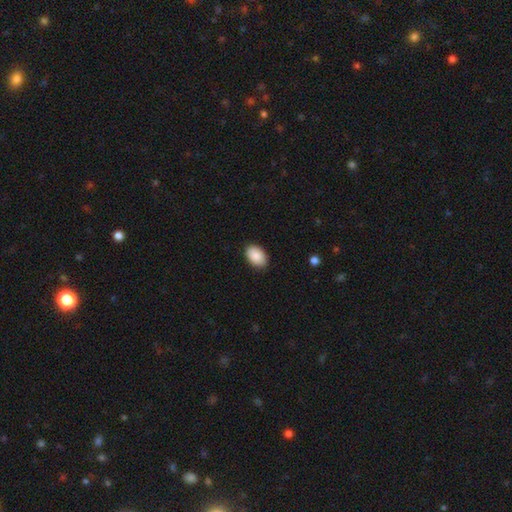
Overall: smooth (92%). How rounded: in between (88%). Merging: none (89%).